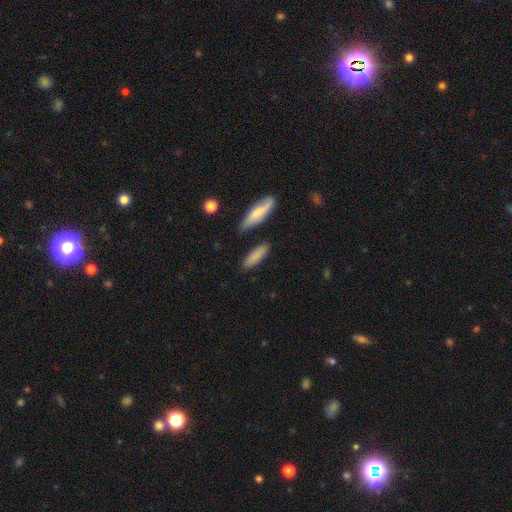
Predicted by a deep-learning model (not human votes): Q: Smooth or featured?
A: smooth (82%); runner-up: featured or disk (11%)
Q: How rounded?
A: cigar-shaped (49%); runner-up: in between (48%)
Q: Merging?
A: none (76%); runner-up: minor disturbance (14%)